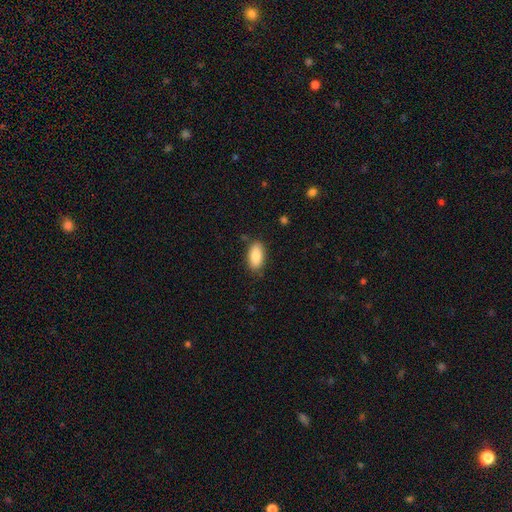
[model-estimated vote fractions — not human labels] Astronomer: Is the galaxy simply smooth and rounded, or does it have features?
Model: smooth — 85%.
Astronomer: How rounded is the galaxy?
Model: in between — 91%.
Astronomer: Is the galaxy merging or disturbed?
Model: none — 82%.